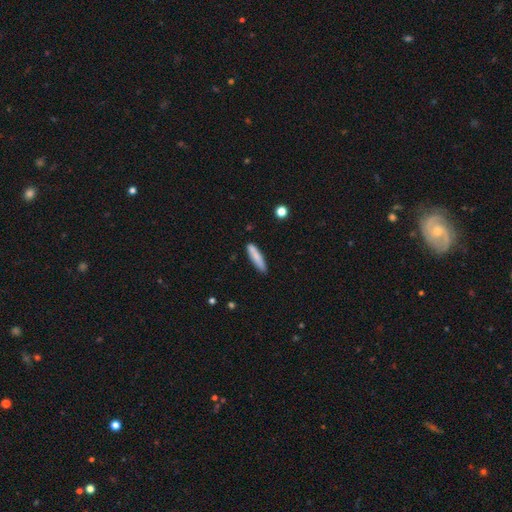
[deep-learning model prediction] smooth_or_featured: smooth (p=0.81) [alt: featured or disk p=0.13]
how_rounded: cigar-shaped (p=0.83) [alt: in between p=0.16]
merging: none (p=0.82) [alt: minor disturbance p=0.13]